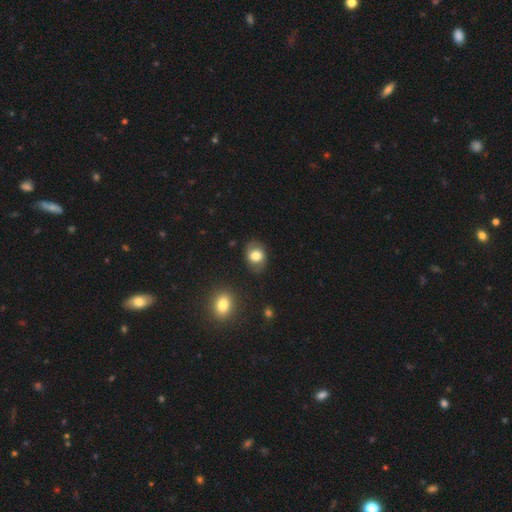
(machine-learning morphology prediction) Smooth or featured? smooth (74%)
How rounded? in between (56%)
Merging? none (79%)